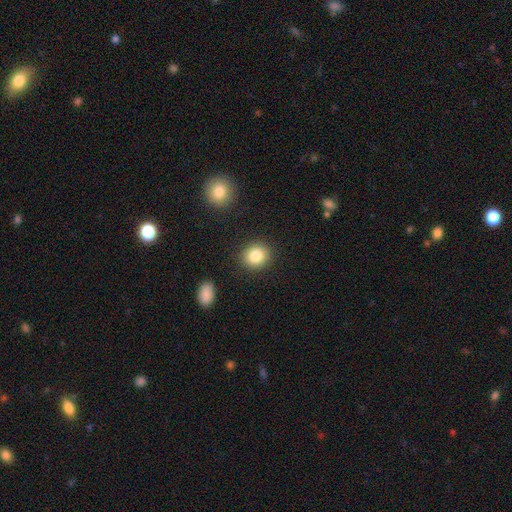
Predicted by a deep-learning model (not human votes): smooth 84%, star or artifact 9%, featured or disk 7%. Down the decision tree: how rounded — round (75%); merging — none (88%).